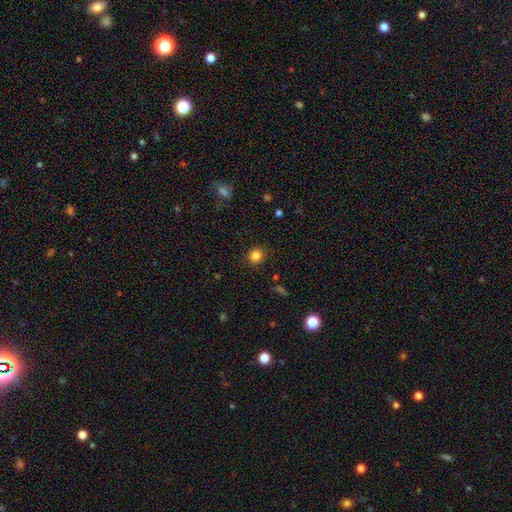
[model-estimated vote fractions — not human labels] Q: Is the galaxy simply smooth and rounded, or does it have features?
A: smooth — 83%.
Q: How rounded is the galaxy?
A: round — 78%.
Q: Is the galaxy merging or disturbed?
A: none — 88%.